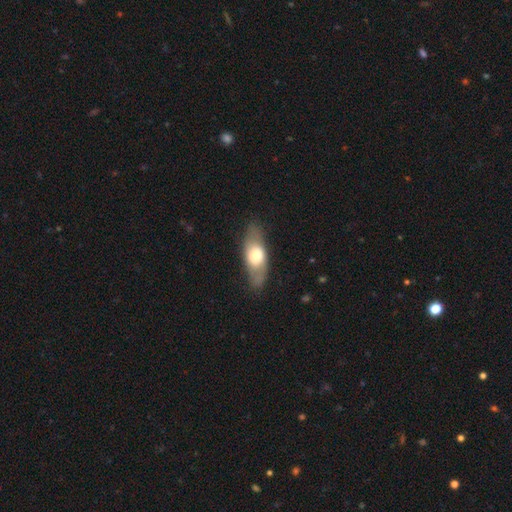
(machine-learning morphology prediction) Smooth or featured? Predicted: smooth (p=0.56). How rounded? Predicted: in between (p=0.74). Merging? Predicted: none (p=0.80).